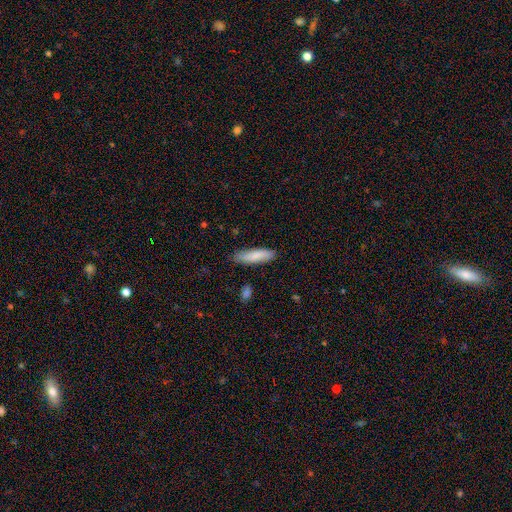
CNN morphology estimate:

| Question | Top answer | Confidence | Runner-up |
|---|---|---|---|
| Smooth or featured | smooth | 83% | featured or disk (11%) |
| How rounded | cigar-shaped | 64% | in between (34%) |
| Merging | none | 84% | minor disturbance (12%) |